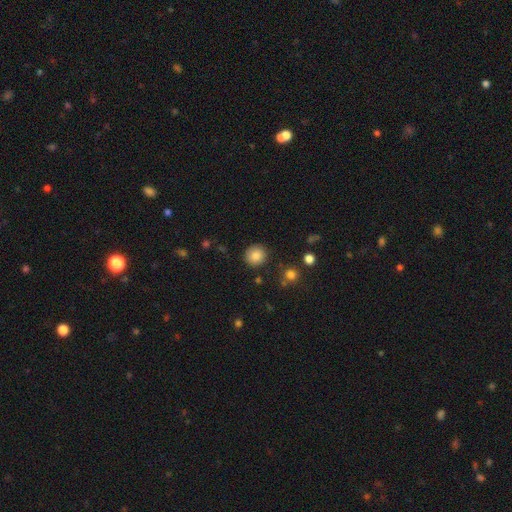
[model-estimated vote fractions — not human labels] Overall: smooth (85%). How rounded: round (90%). Merging: none (88%).